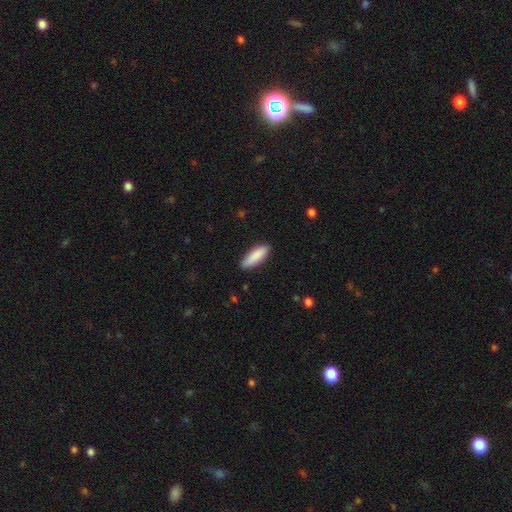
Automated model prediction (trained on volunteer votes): A smooth galaxy with no disk features (89%) that is in between round and cigar-shaped (55%).

Vote fractions:
- Smooth or featured? smooth: 89% / featured or disk: 6% / star or artifact: 5%
- How rounded? in between: 55% / cigar-shaped: 44% / round: 2%
- Merging? none: 87% / minor disturbance: 10% / major disturbance: 2% / merger: 1%